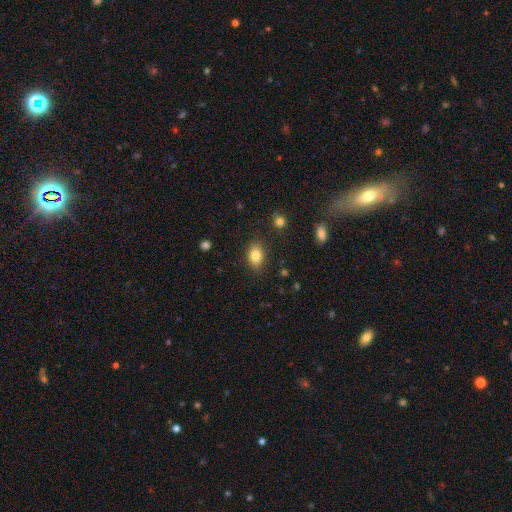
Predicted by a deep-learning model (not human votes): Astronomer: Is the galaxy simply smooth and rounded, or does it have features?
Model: smooth — 82%.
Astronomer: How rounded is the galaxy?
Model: in between — 82%.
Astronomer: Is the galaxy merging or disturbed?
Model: none — 86%.